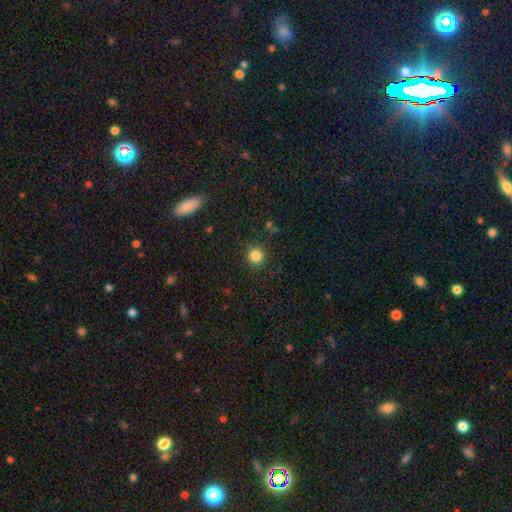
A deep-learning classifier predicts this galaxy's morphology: smooth 84%, star or artifact 11%, featured or disk 4%. Down the decision tree: how rounded — round (93%); merging — none (89%).